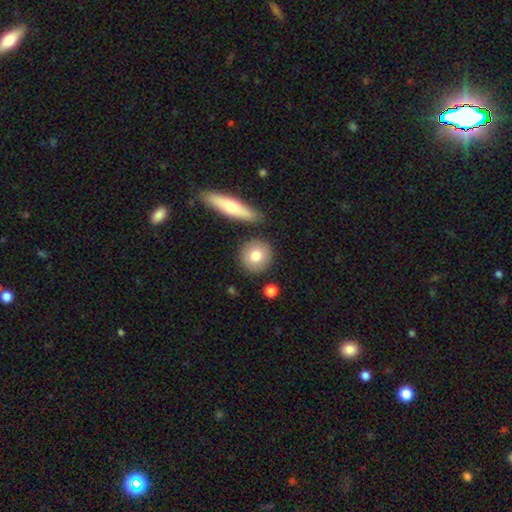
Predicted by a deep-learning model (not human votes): A smooth galaxy with no disk features (77%) that is round (88%).

Vote fractions:
- Smooth or featured? smooth: 77% / featured or disk: 16% / star or artifact: 7%
- How rounded? round: 88% / in between: 10% / cigar-shaped: 2%
- Merging? none: 84% / minor disturbance: 8% / merger: 6% / major disturbance: 2%